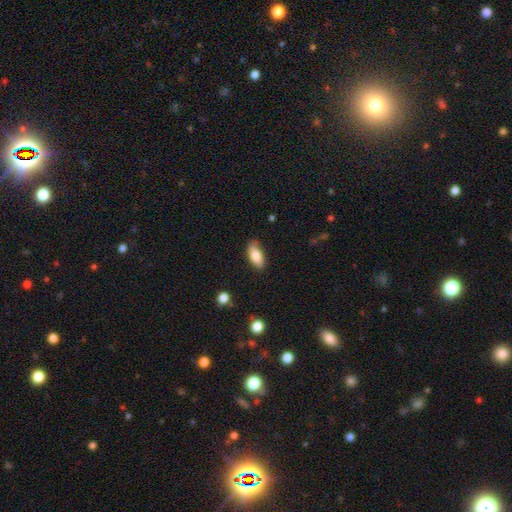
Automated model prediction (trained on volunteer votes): Smooth or featured: smooth — 81% (featured or disk — 12%)
How rounded: in between — 89% (cigar-shaped — 8%)
Merging: none — 76% (minor disturbance — 19%)